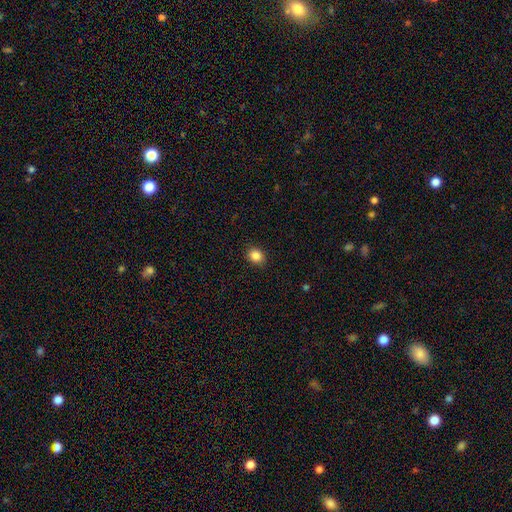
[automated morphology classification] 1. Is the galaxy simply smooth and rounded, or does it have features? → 86% smooth, 10% star or artifact, 4% featured or disk.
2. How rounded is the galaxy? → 57% round, 42% in between, 1% cigar-shaped.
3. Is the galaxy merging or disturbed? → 88% none, 9% minor disturbance, 2% major disturbance, 1% merger.